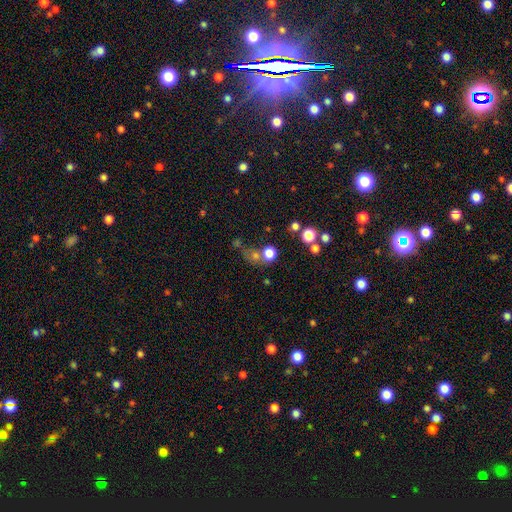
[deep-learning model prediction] Morphology: type=smooth (58%); roundness=round (79%); merging=none (53%).